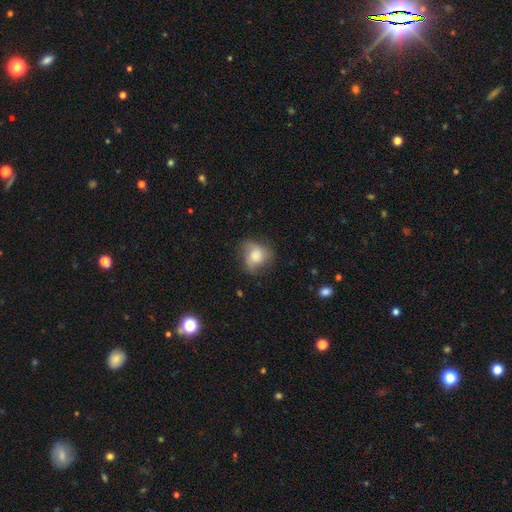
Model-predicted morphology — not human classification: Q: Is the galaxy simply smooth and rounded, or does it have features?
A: smooth — 70%.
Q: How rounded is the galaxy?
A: round — 62%.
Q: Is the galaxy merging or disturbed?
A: none — 54%.